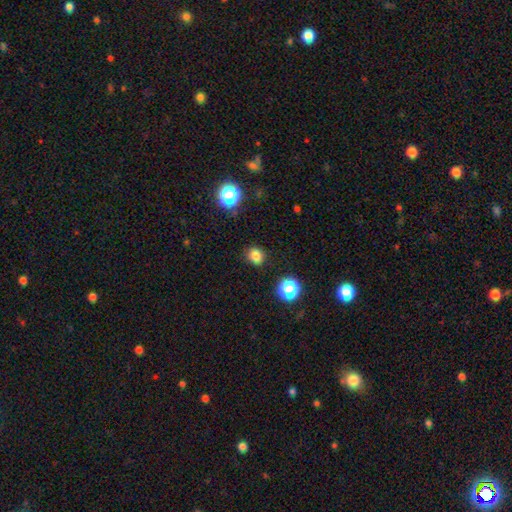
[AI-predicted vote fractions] Morphology: type=smooth (80%); roundness=round (60%); merging=none (85%).